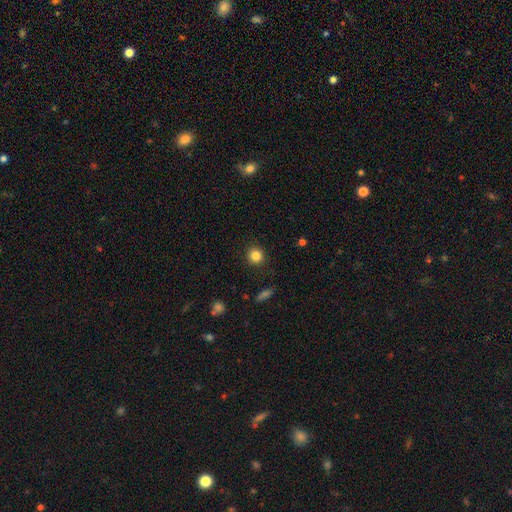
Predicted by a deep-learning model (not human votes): This is clearly a smooth galaxy (83%). How rounded: clearly round (92%). Merging: clearly none (90%).